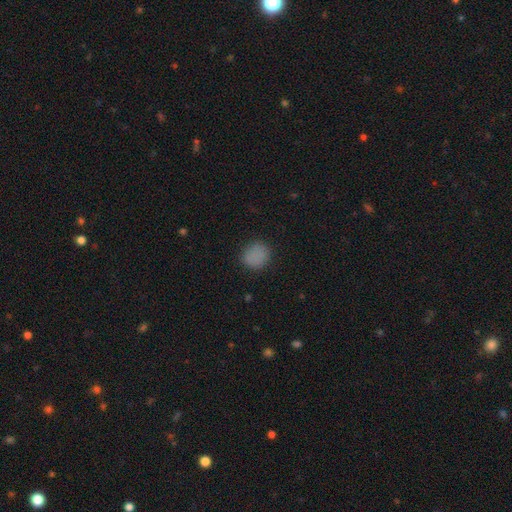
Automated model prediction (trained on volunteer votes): Smooth or featured? Predicted: smooth (p=0.83). How rounded? Predicted: round (p=0.77). Merging? Predicted: none (p=0.84).